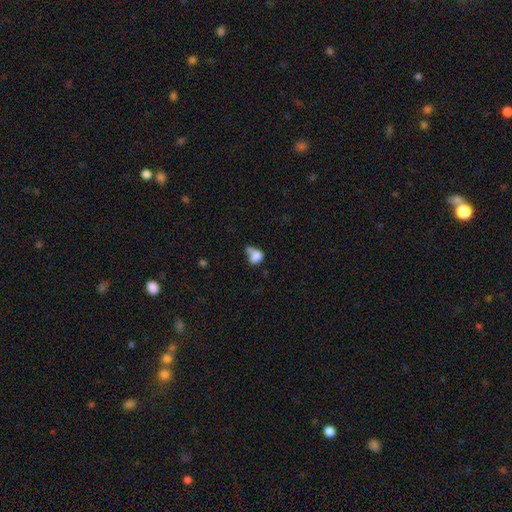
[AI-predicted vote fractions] Q: Smooth or featured?
A: smooth (76%); runner-up: featured or disk (13%)
Q: How rounded?
A: in between (55%); runner-up: round (44%)
Q: Merging?
A: merger (36%); runner-up: none (24%)